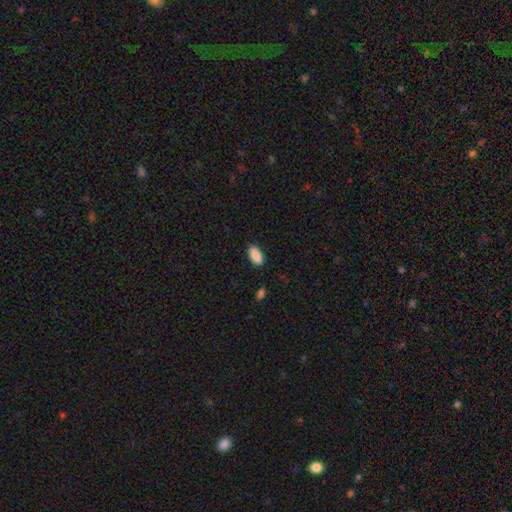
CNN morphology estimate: A smooth galaxy with no disk features (89%) that is in between round and cigar-shaped (86%).

Vote fractions:
- Smooth or featured? smooth: 89% / star or artifact: 7% / featured or disk: 4%
- How rounded? in between: 86% / cigar-shaped: 12% / round: 2%
- Merging? none: 84% / minor disturbance: 12% / major disturbance: 2% / merger: 1%